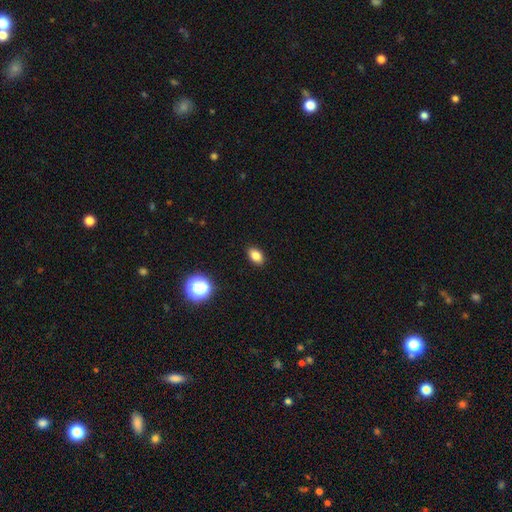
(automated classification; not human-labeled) smooth 82%, star or artifact 12%, featured or disk 6%. Down the decision tree: how rounded — in between (85%); merging — none (90%).